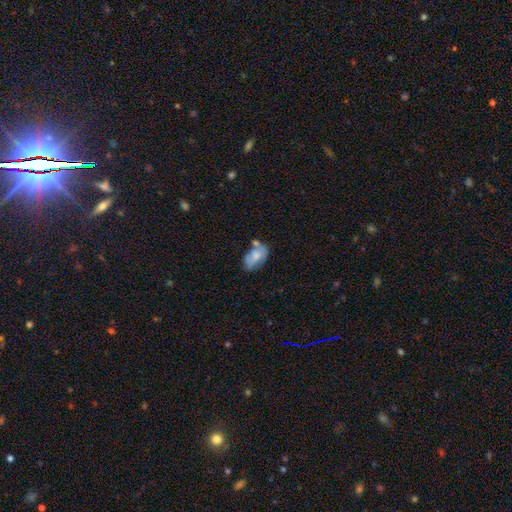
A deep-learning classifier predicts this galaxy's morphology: smooth-or-featured: smooth: 64% | featured or disk: 29% | star or artifact: 7%
  how-rounded: in between: 91% | round: 7% | cigar-shaped: 2%
  merging: none: 42% | minor disturbance: 27% | merger: 21% | major disturbance: 10%